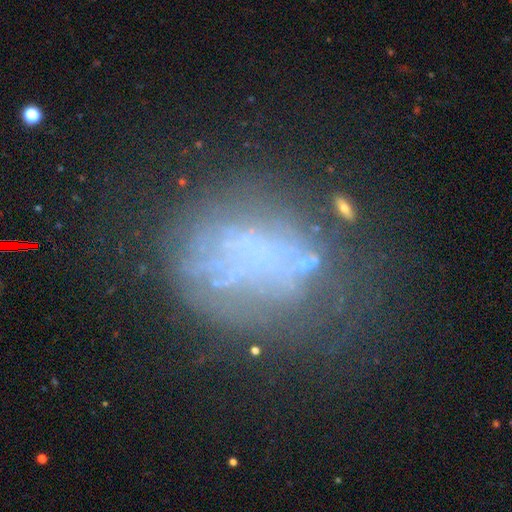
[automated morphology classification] smooth_or_featured: featured or disk (p=0.49) [alt: smooth p=0.27]
merging: none (p=0.50) [alt: major disturbance p=0.25]